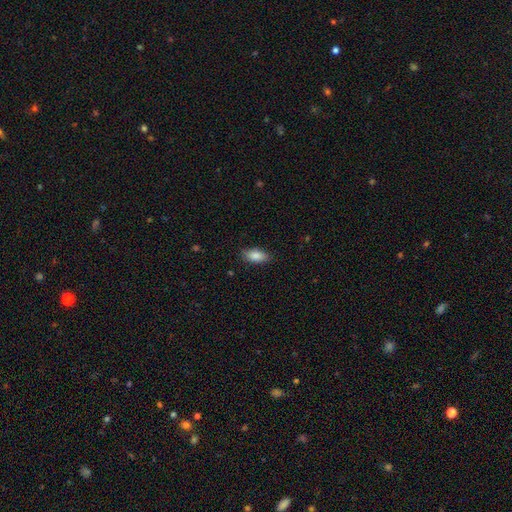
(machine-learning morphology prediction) Smooth or featured? Predicted: smooth (p=0.86). How rounded? Predicted: in between (p=0.89). Merging? Predicted: none (p=0.84).